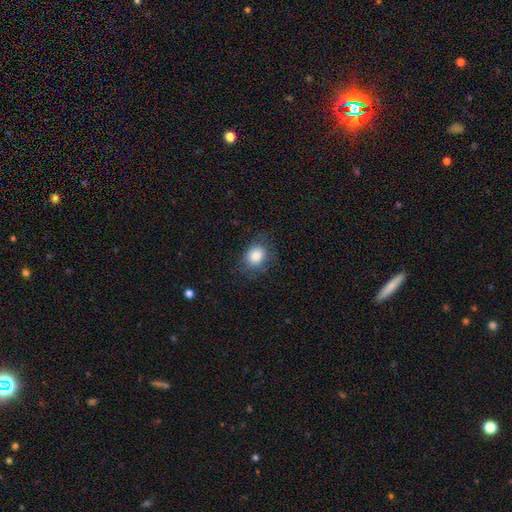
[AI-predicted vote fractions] smooth_or_featured: smooth (p=0.84) [alt: star or artifact p=0.09]
how_rounded: round (p=0.55) [alt: in between p=0.44]
merging: none (p=0.75) [alt: minor disturbance p=0.17]